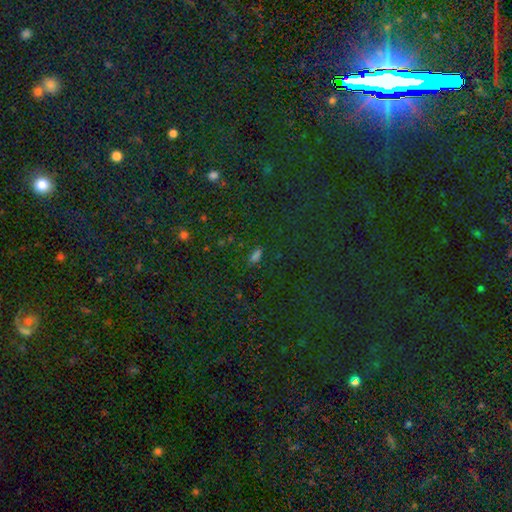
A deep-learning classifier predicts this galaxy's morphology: A smooth galaxy with no disk features (55%) that is in between round and cigar-shaped (79%).

Vote fractions:
- Smooth or featured? smooth: 55% / star or artifact: 37% / featured or disk: 8%
- How rounded? in between: 79% / cigar-shaped: 11% / round: 9%
- Merging? none: 79% / minor disturbance: 12% / major disturbance: 5% / merger: 4%